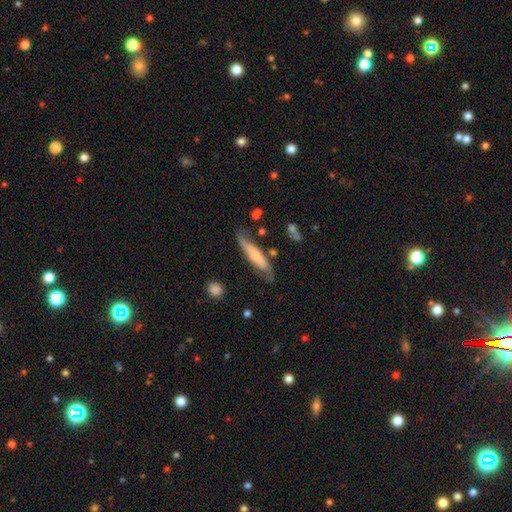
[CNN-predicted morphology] This appears to be a featured or disk galaxy (47%, tied with smooth). Merging: none (65%).